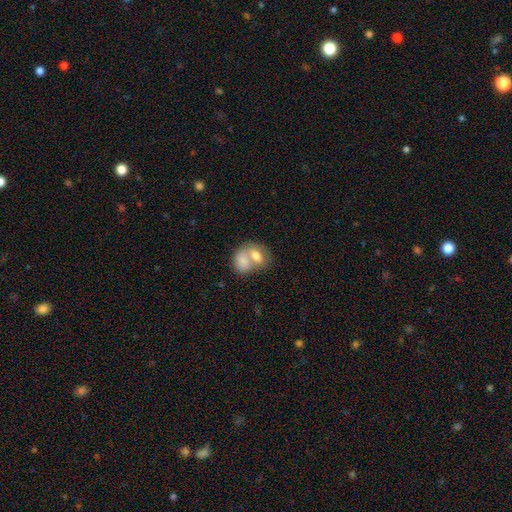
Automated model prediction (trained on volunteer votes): Smooth or featured? smooth (73%)
How rounded? in between (67%)
Merging? merger (70%)